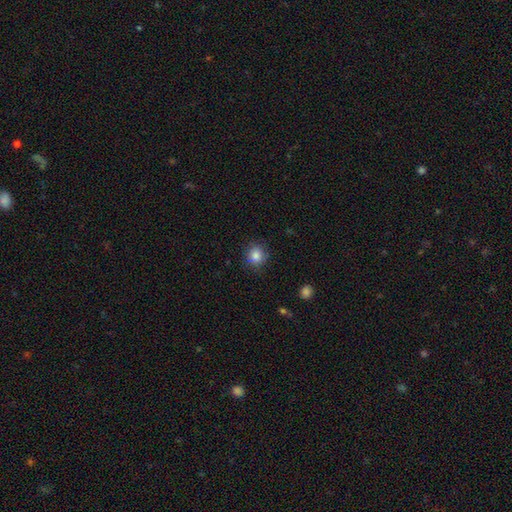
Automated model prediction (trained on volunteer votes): Q: Smooth or featured?
A: smooth (84%); runner-up: star or artifact (10%)
Q: How rounded?
A: round (79%); runner-up: in between (20%)
Q: Merging?
A: none (78%); runner-up: minor disturbance (16%)